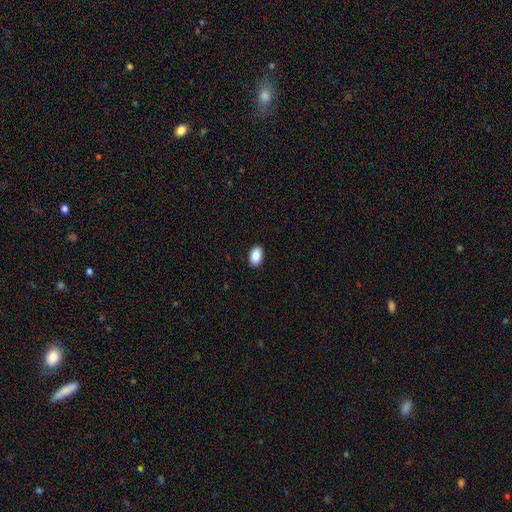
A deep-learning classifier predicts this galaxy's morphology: Q: Smooth or featured?
A: smooth (90%); runner-up: star or artifact (7%)
Q: How rounded?
A: in between (93%); runner-up: round (6%)
Q: Merging?
A: none (90%); runner-up: minor disturbance (7%)